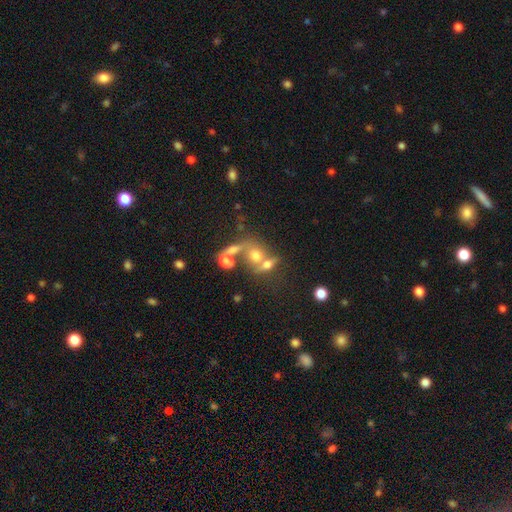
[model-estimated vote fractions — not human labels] Smooth or featured: smooth — 46% (star or artifact — 28%)
Merging: merger — 52% (none — 32%)